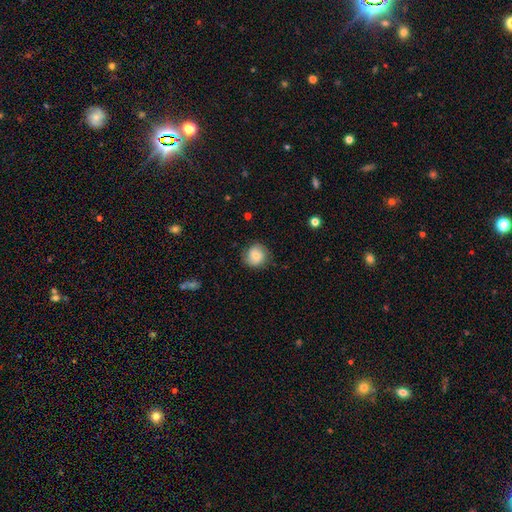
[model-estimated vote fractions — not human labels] This appears to be a smooth galaxy with no disk features (67%) that is round (88%). Merging: none (81%).